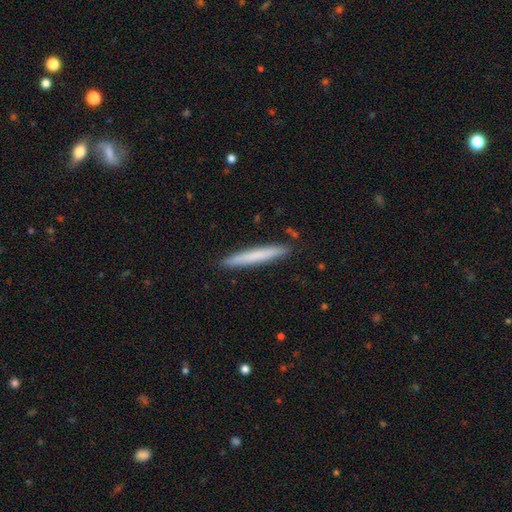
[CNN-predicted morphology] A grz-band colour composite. It shows a smooth galaxy with no disk features (69%) that is cigar-shaped (97%). Merging: none (90%).